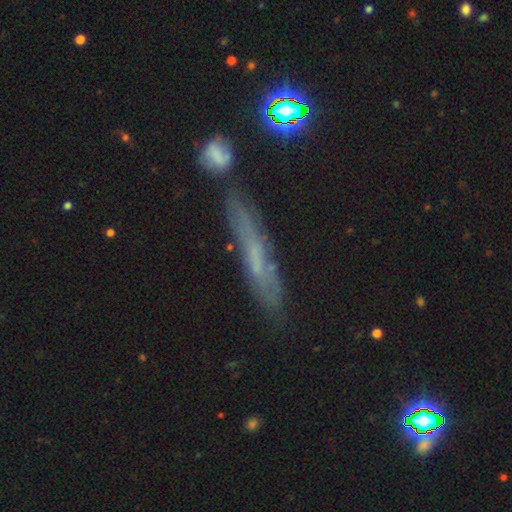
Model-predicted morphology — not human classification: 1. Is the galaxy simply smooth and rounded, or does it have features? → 43% featured or disk, 40% smooth, 17% star or artifact.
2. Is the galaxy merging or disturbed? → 72% none, 17% minor disturbance, 6% merger, 6% major disturbance.